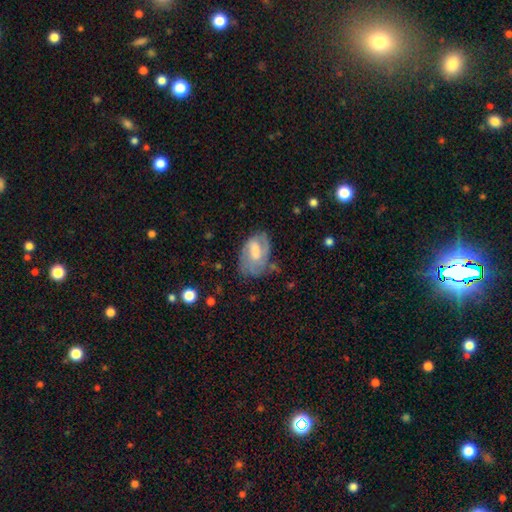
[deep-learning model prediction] Smooth or featured: featured or disk — 57% (smooth — 35%)
Edge-on disk: no — 96% (yes — 4%)
Bar: weak — 45% (no — 38%)
Spiral arms: yes — 72% (no — 28%)
Bulge size: moderate — 34% (large — 28%)
Merging: none — 51% (minor disturbance — 28%)